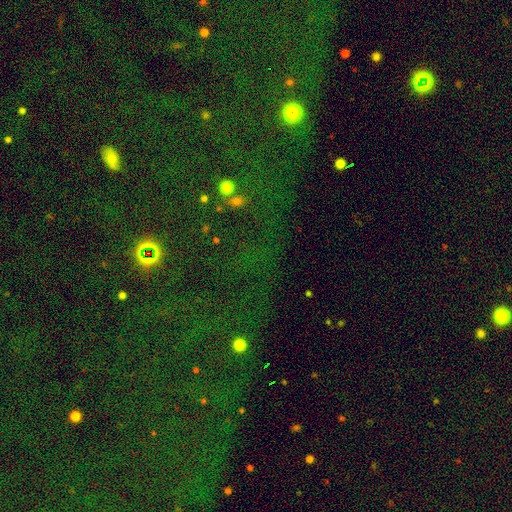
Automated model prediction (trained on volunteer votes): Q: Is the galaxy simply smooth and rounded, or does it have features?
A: star or artifact — 78%.